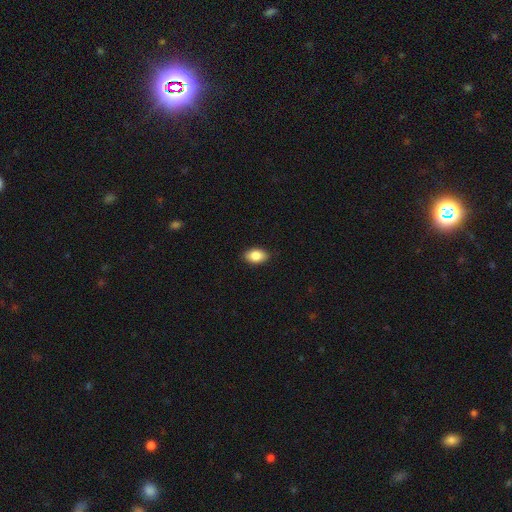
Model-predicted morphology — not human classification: This is clearly a smooth galaxy (86%). How rounded: clearly in between (90%). Merging: clearly none (88%).